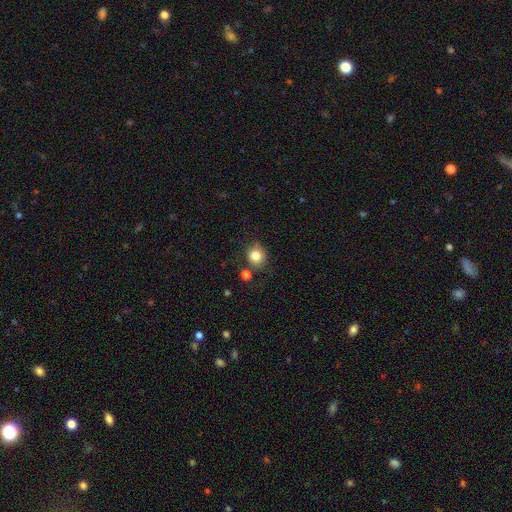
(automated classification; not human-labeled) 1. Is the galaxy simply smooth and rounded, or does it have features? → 81% smooth, 11% star or artifact, 8% featured or disk.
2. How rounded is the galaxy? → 79% round, 20% in between, 1% cigar-shaped.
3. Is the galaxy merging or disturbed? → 75% none, 13% minor disturbance, 8% merger, 4% major disturbance.